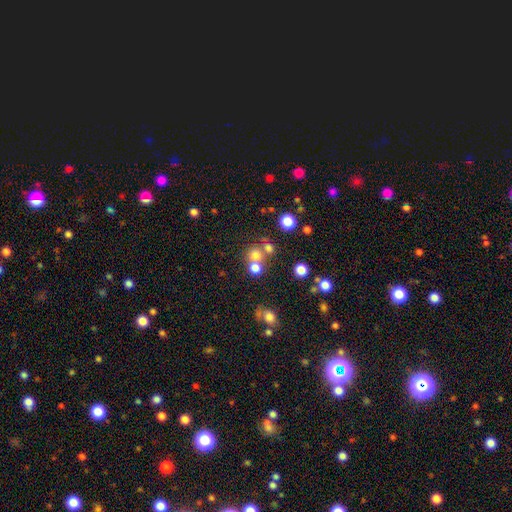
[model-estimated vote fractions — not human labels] smooth 70%, star or artifact 19%, featured or disk 12%. Down the decision tree: how rounded — round (86%); merging — none (51%).